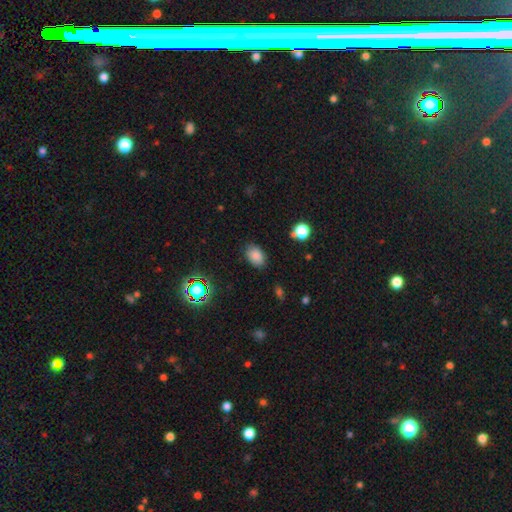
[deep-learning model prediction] Smooth or featured: smooth — 83% (star or artifact — 11%)
How rounded: in between — 84% (round — 15%)
Merging: none — 81% (minor disturbance — 14%)